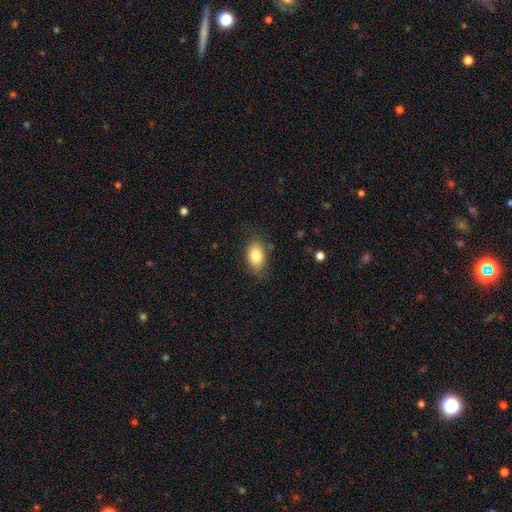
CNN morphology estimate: A smooth galaxy with no disk features (82%) that is in between round and cigar-shaped (86%).

Vote fractions:
- Smooth or featured? smooth: 82% / featured or disk: 10% / star or artifact: 8%
- How rounded? in between: 86% / round: 12% / cigar-shaped: 2%
- Merging? none: 77% / minor disturbance: 17% / major disturbance: 5% / merger: 1%